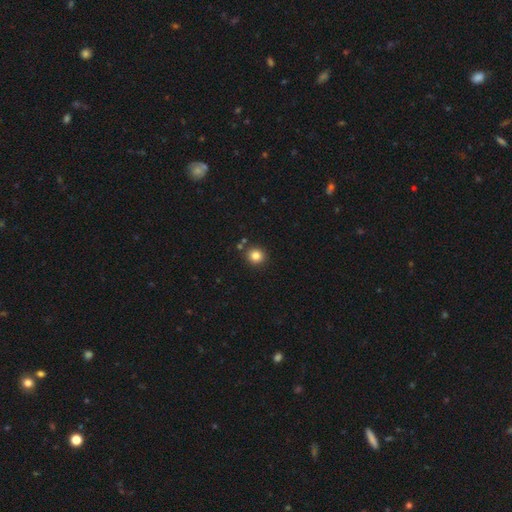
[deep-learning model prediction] smooth_or_featured: smooth (p=0.83) [alt: star or artifact p=0.11]
how_rounded: round (p=0.86) [alt: in between p=0.13]
merging: none (p=0.86) [alt: minor disturbance p=0.07]